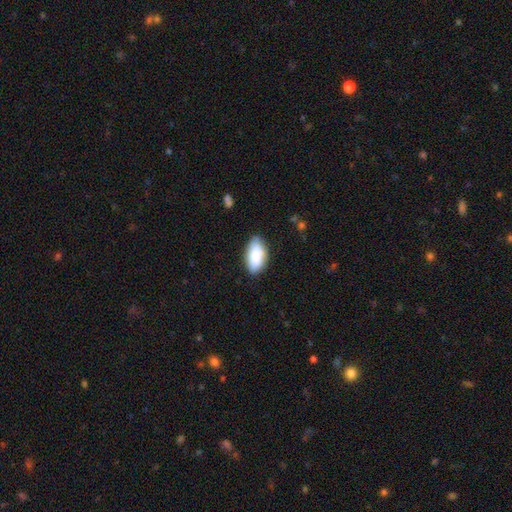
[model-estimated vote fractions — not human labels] Smooth or featured? Predicted: smooth (p=0.86). How rounded? Predicted: in between (p=0.93). Merging? Predicted: none (p=0.78).